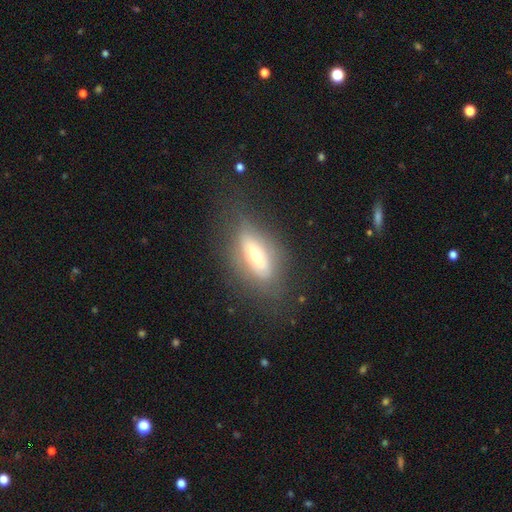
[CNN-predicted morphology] This is possibly a featured or disk galaxy (52%). It is possibly viewed edge-on (60%). Merging: likely none (71%).